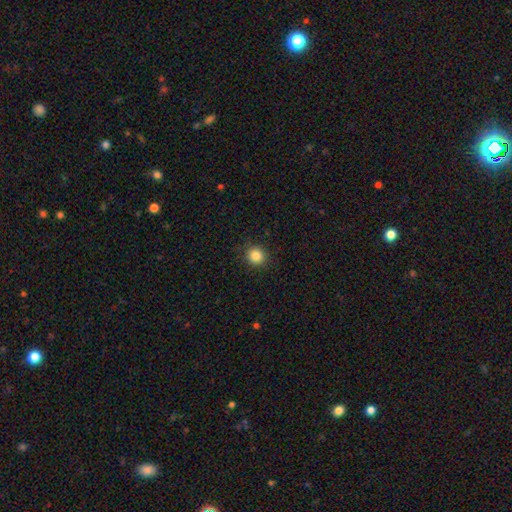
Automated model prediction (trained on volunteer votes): A smooth galaxy with no disk features (85%) that is round (91%). Merging: none (90%).